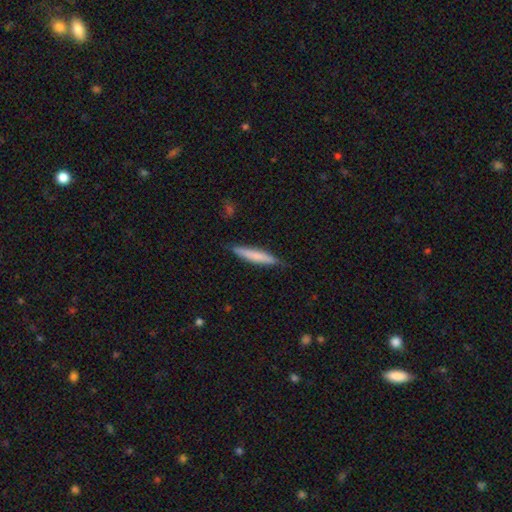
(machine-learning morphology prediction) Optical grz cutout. It shows a smooth galaxy with no disk features (72%) that is cigar-shaped (92%). Merging: none (81%).